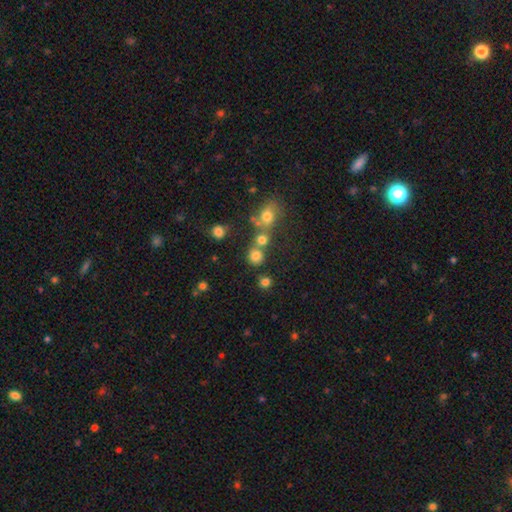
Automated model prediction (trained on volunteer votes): Q: Smooth or featured?
A: smooth (76%); runner-up: star or artifact (17%)
Q: How rounded?
A: round (87%); runner-up: in between (12%)
Q: Merging?
A: none (64%); runner-up: merger (24%)